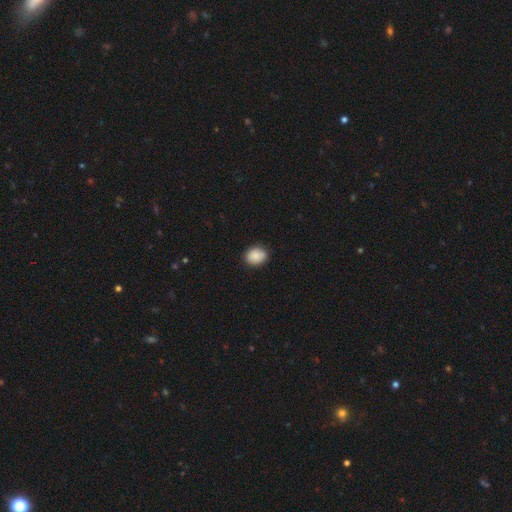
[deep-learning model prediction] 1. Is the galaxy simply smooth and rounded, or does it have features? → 87% smooth, 8% star or artifact, 5% featured or disk.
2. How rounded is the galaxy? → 60% round, 39% in between, 1% cigar-shaped.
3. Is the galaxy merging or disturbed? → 83% none, 13% minor disturbance, 2% major disturbance, 1% merger.